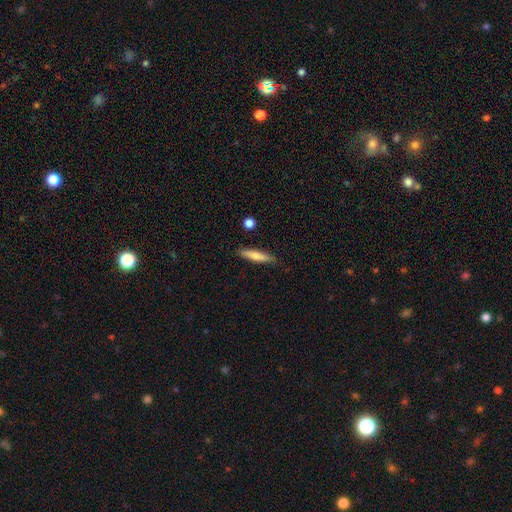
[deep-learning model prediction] A smooth galaxy with no disk features (71%) that is cigar-shaped (87%). Merging: none (85%).